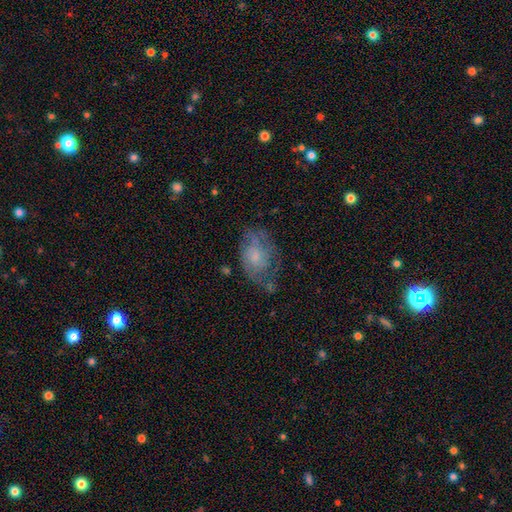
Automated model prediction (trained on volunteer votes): The model was most divided on "smooth or featured": featured or disk: 51%, smooth: 40%, star or artifact: 9%. More confident: edge-on disk — no (96%); merging — none (51%).